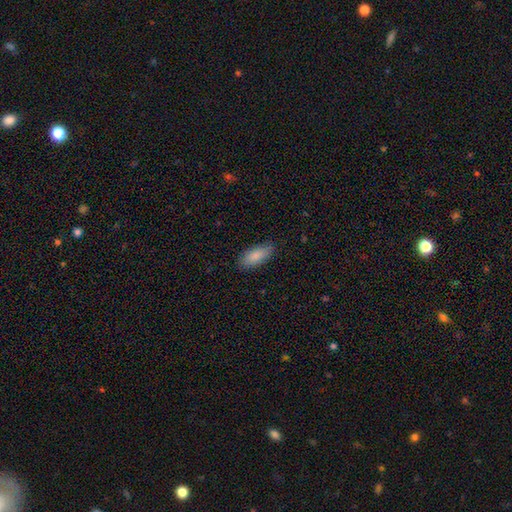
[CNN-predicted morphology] smooth-or-featured: smooth: 87% | featured or disk: 7% | star or artifact: 6%
  how-rounded: in between: 82% | cigar-shaped: 16% | round: 2%
  merging: none: 84% | minor disturbance: 13% | major disturbance: 2% | merger: 1%